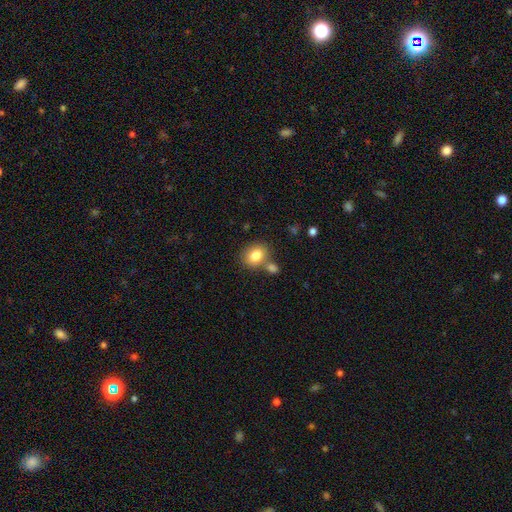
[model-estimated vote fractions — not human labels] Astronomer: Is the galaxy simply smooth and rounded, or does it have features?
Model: smooth — 82%.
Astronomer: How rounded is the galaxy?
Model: round — 50% (runner-up: in between, 49%).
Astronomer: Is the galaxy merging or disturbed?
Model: none — 62%.